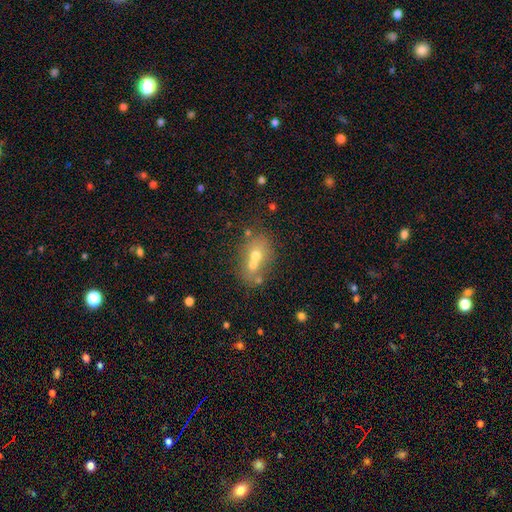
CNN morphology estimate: Smooth or featured? smooth (57%)
How rounded? round (54%)
Merging? merger (56%)